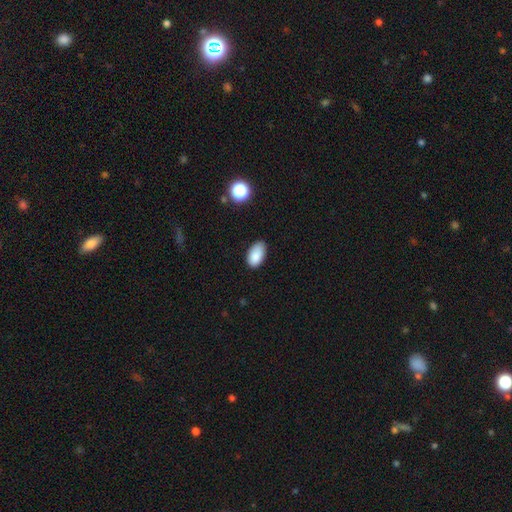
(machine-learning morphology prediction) Q: Smooth or featured?
A: smooth (87%); runner-up: star or artifact (8%)
Q: How rounded?
A: in between (94%); runner-up: round (5%)
Q: Merging?
A: none (76%); runner-up: minor disturbance (20%)